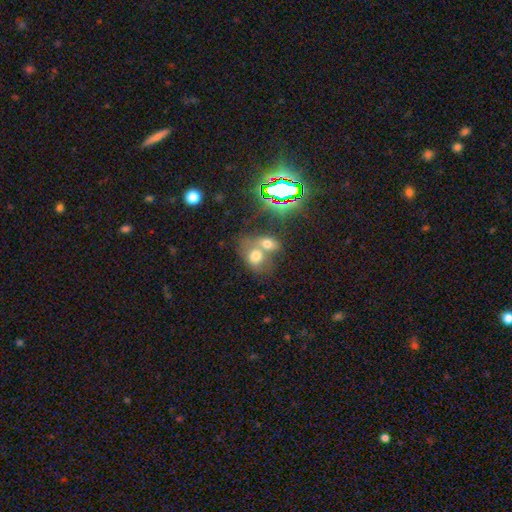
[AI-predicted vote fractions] smooth_or_featured: smooth (p=0.65) [alt: featured or disk p=0.18]
how_rounded: in between (p=0.54) [alt: round p=0.45]
merging: merger (p=0.63) [alt: none p=0.24]